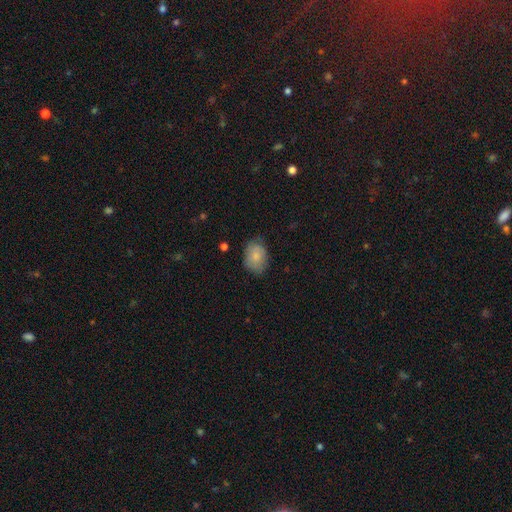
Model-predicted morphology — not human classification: This is clearly a smooth galaxy (82%). How rounded: likely in between (68%). Merging: likely none (71%).